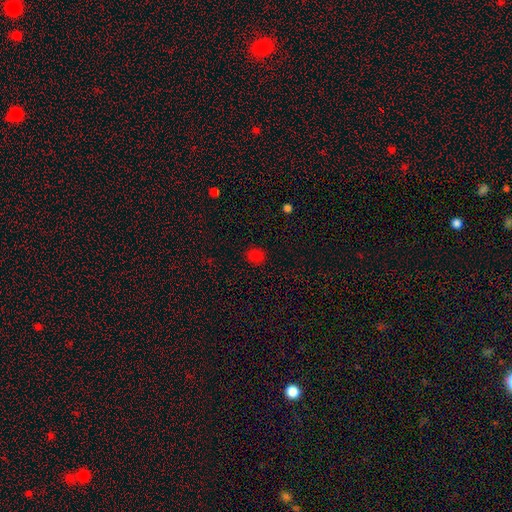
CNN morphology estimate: smooth-or-featured: smooth: 77% | star or artifact: 19% | featured or disk: 4%
  how-rounded: round: 63% | in between: 36% | cigar-shaped: 1%
  merging: none: 87% | minor disturbance: 9% | major disturbance: 3% | merger: 1%